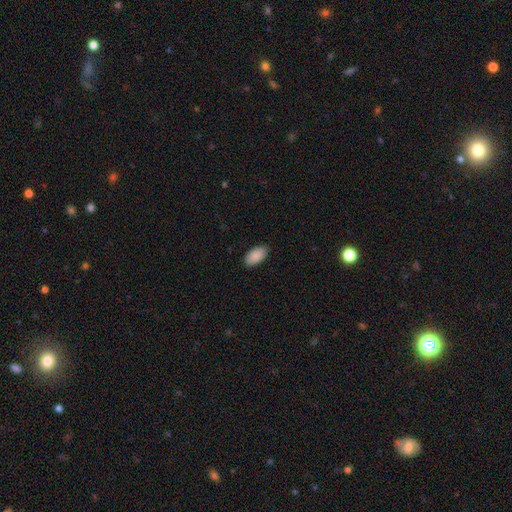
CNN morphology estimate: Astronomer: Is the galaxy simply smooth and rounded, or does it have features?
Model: smooth — 90%.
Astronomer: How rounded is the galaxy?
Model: in between — 95%.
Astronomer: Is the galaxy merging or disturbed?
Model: none — 85%.